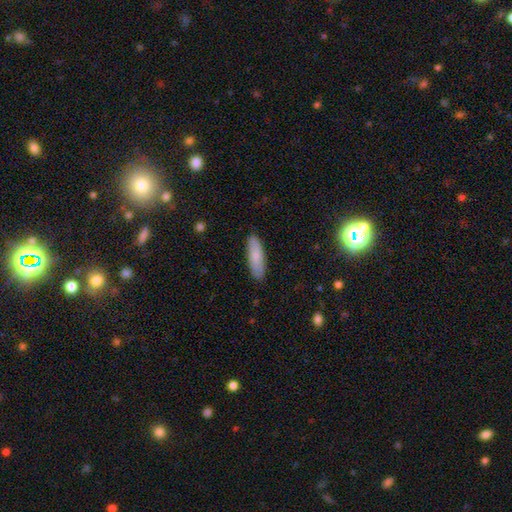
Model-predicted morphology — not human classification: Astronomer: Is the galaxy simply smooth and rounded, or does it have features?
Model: smooth — 82%.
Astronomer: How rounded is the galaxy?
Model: cigar-shaped — 52% (runner-up: in between, 46%).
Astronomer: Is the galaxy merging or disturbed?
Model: none — 88%.